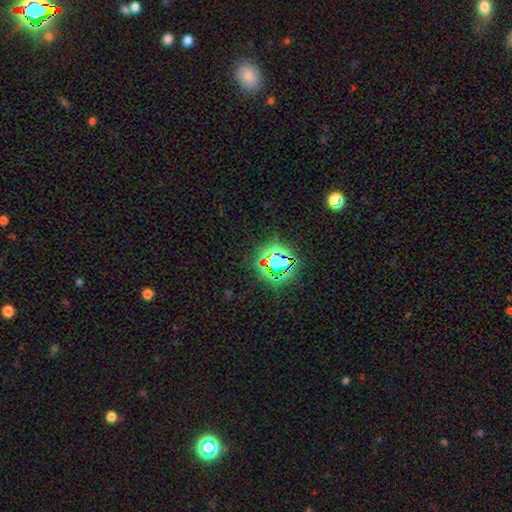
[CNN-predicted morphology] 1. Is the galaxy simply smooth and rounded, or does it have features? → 78% star or artifact, 14% smooth, 8% featured or disk.